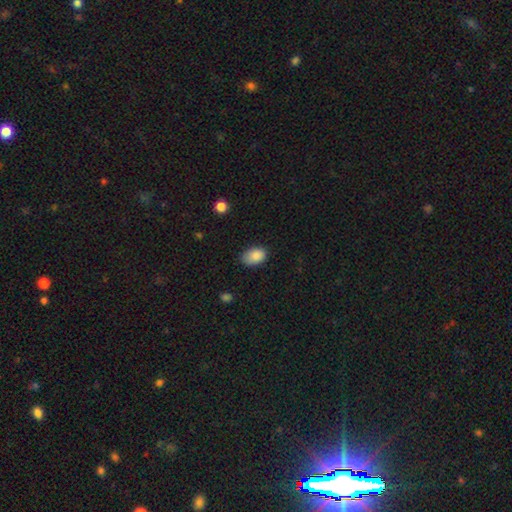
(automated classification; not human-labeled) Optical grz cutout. It shows a smooth galaxy with no disk features (88%) that is in between round and cigar-shaped (88%). Merging: none (71%).